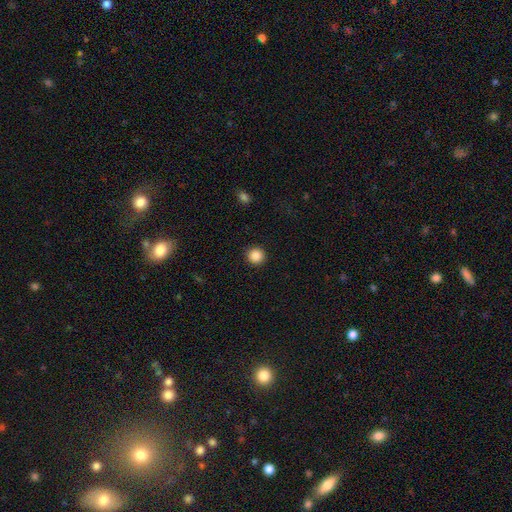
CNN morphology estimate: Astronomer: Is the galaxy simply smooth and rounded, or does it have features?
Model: smooth — 87%.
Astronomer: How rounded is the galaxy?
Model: round — 95%.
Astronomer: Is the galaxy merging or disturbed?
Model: none — 93%.